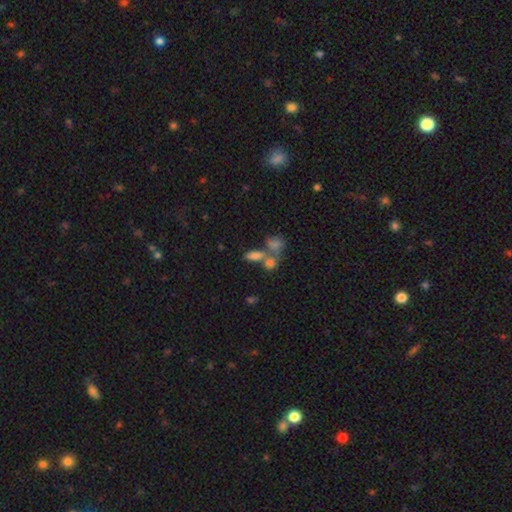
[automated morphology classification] Smooth or featured? Predicted: smooth (p=0.72). How rounded? Predicted: in between (p=0.80). Merging? Predicted: merger (p=0.48).